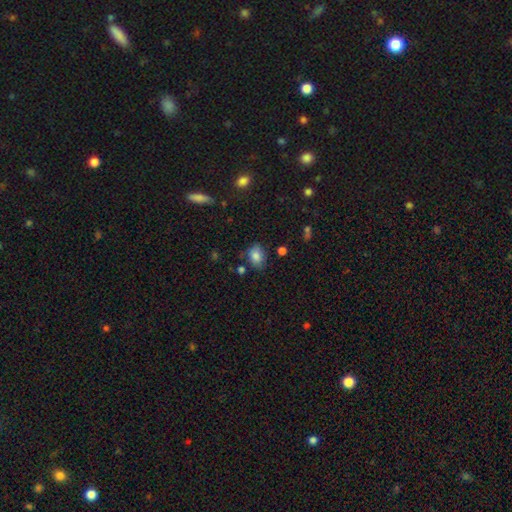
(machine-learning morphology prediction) Smooth or featured? Predicted: smooth (p=0.83). How rounded? Predicted: in between (p=0.73). Merging? Predicted: none (p=0.74).